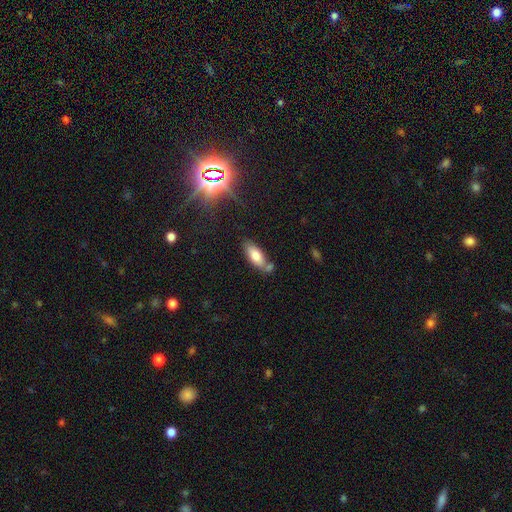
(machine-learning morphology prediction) Q: Smooth or featured?
A: smooth (76%); runner-up: featured or disk (16%)
Q: How rounded?
A: in between (79%); runner-up: cigar-shaped (19%)
Q: Merging?
A: none (61%); runner-up: merger (18%)